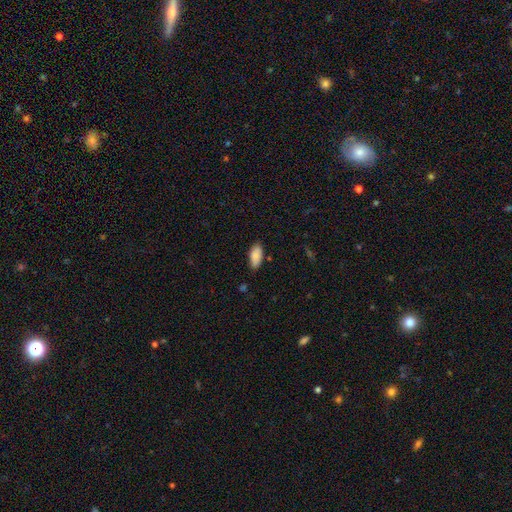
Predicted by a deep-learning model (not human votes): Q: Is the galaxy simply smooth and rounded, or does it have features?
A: smooth — 85%.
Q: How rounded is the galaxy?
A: in between — 90%.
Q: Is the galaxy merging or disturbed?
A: none — 79%.